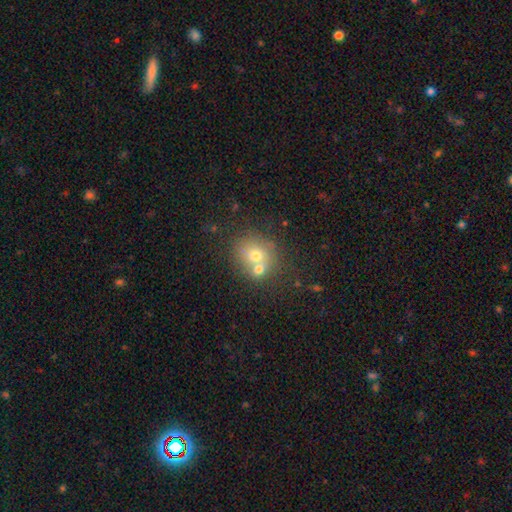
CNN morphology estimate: A smooth galaxy with no disk features (64%) that is round (78%).

Vote fractions:
- Smooth or featured? smooth: 64% / featured or disk: 21% / star or artifact: 15%
- How rounded? round: 78% / in between: 21% / cigar-shaped: 1%
- Merging? none: 45% / merger: 43% / minor disturbance: 9% / major disturbance: 3%